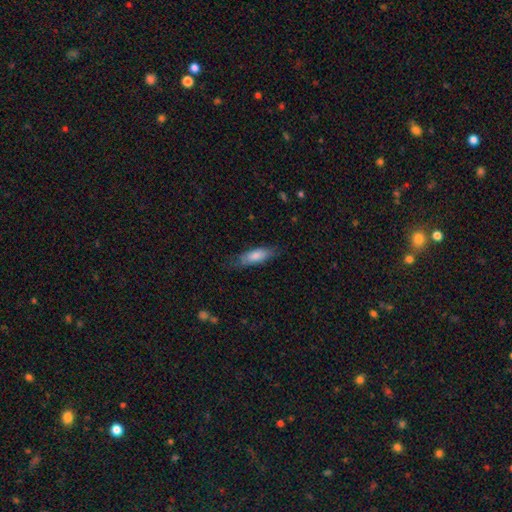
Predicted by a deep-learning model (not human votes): Smooth or featured?
  - smooth: 77% *
  - featured or disk: 17%
  - star or artifact: 6%
How rounded?
  - in between: 57% *
  - cigar-shaped: 41%
  - round: 2%
Merging?
  - none: 71% *
  - minor disturbance: 21%
  - major disturbance: 7%
  - merger: 1%